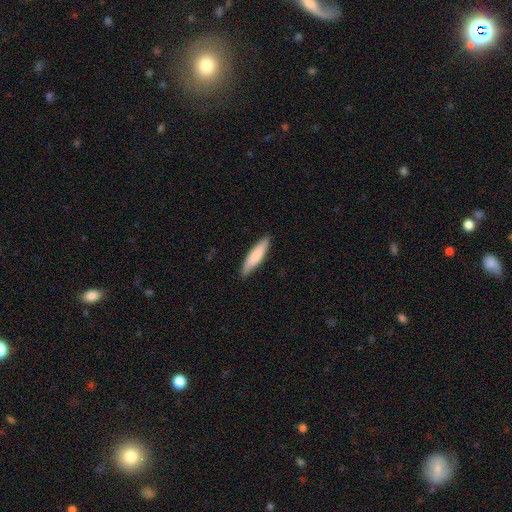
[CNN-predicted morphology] Smooth or featured? smooth (78%)
How rounded? cigar-shaped (77%)
Merging? none (86%)